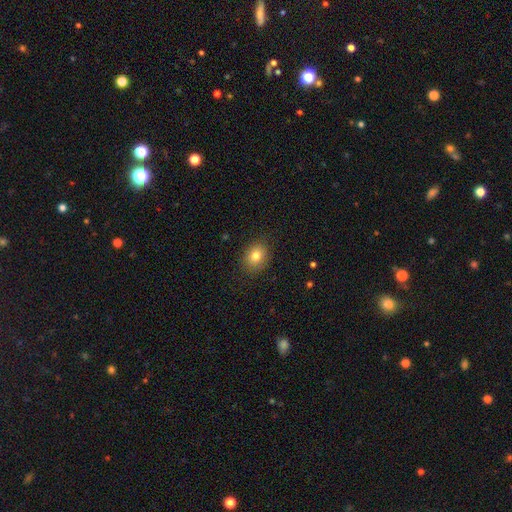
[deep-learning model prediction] Smooth or featured? Predicted: smooth (p=0.81). How rounded? Predicted: round (p=0.51). Merging? Predicted: none (p=0.86).